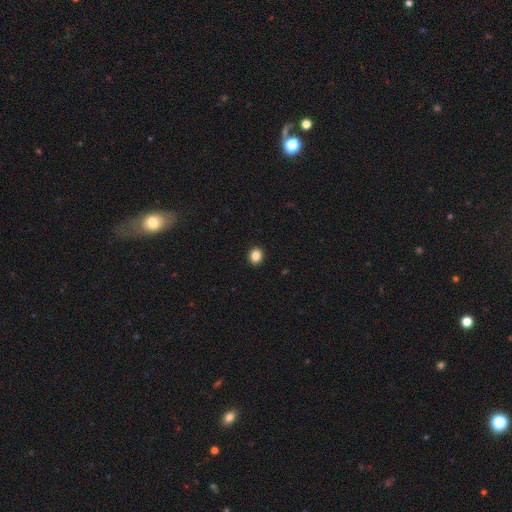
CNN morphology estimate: Smooth or featured?
  - smooth: 86% *
  - star or artifact: 10%
  - featured or disk: 4%
How rounded?
  - round: 62% *
  - in between: 37%
  - cigar-shaped: 1%
Merging?
  - none: 93% *
  - minor disturbance: 5%
  - major disturbance: 2%
  - merger: 1%